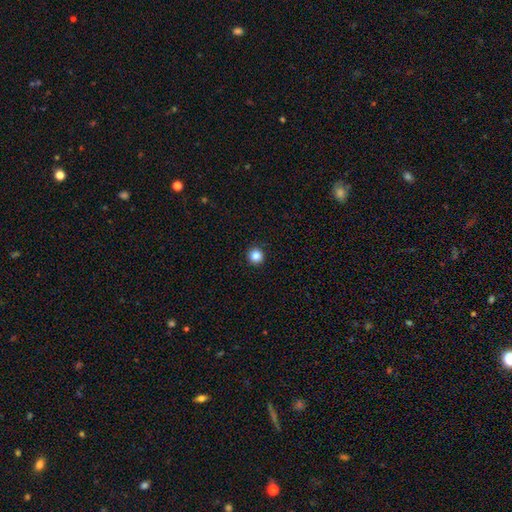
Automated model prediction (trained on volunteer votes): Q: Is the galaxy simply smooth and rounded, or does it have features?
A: smooth — 85%.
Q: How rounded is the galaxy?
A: round — 95%.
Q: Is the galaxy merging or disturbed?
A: none — 94%.